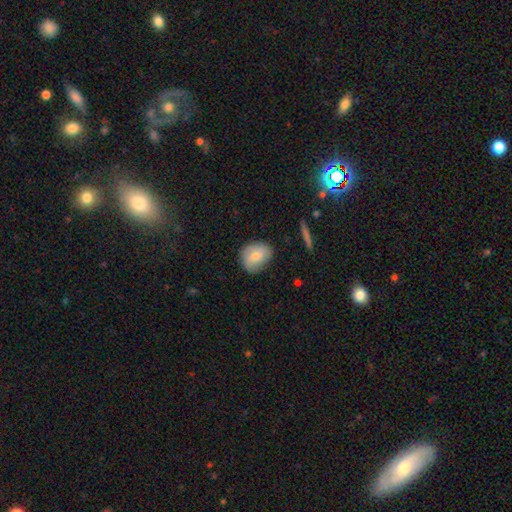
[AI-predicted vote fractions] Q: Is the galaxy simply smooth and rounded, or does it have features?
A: smooth — 71%.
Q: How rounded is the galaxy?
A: round — 61%.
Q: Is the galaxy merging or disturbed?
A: none — 75%.